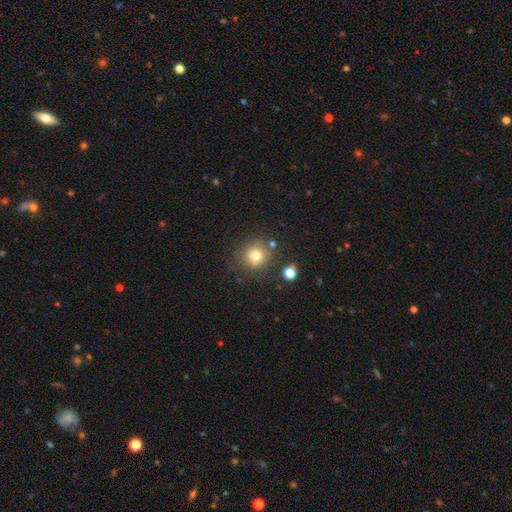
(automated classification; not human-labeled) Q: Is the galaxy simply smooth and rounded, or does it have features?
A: smooth — 77%.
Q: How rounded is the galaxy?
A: round — 88%.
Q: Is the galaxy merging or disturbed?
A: none — 78%.